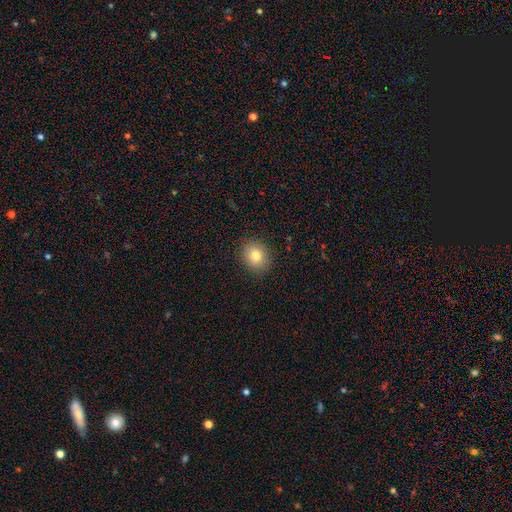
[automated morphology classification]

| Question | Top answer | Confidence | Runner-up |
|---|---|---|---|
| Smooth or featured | smooth | 80% | star or artifact (11%) |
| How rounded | round | 71% | in between (28%) |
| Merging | none | 88% | minor disturbance (8%) |